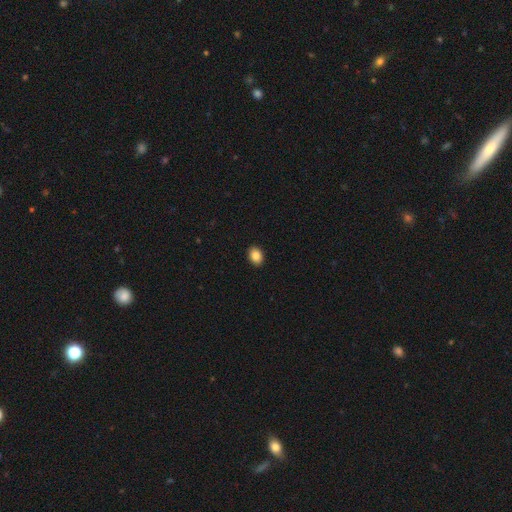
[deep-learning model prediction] Q: Smooth or featured?
A: smooth (87%); runner-up: star or artifact (9%)
Q: How rounded?
A: in between (68%); runner-up: round (31%)
Q: Merging?
A: none (92%); runner-up: minor disturbance (6%)